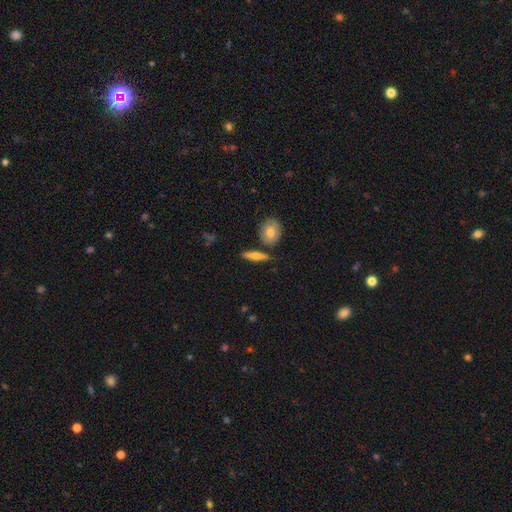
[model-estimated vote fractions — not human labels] smooth_or_featured: smooth (p=0.58) [alt: featured or disk p=0.36]
how_rounded: cigar-shaped (p=0.59) [alt: in between p=0.34]
merging: none (p=0.77) [alt: minor disturbance p=0.11]